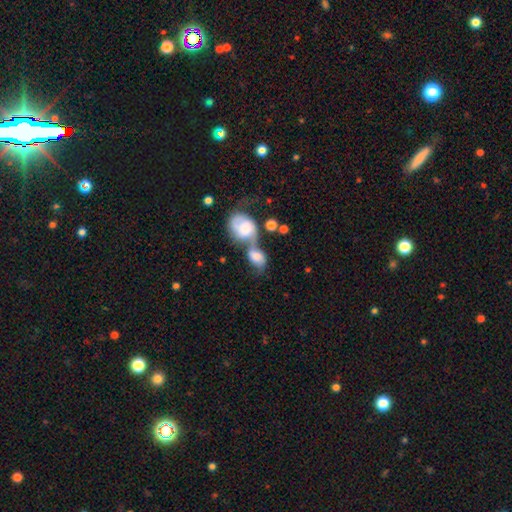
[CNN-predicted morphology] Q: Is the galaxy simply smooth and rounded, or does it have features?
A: smooth — 56%.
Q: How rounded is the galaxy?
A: in between — 65%.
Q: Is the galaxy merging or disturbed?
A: merger — 71%.